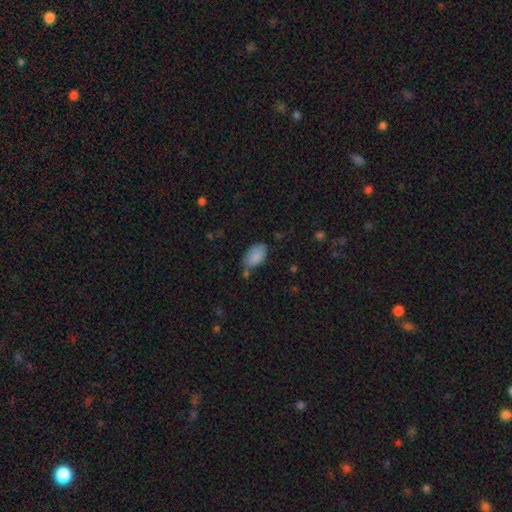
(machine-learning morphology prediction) This is clearly a smooth galaxy (85%). How rounded: clearly in between (93%). Merging: possibly none (55%).